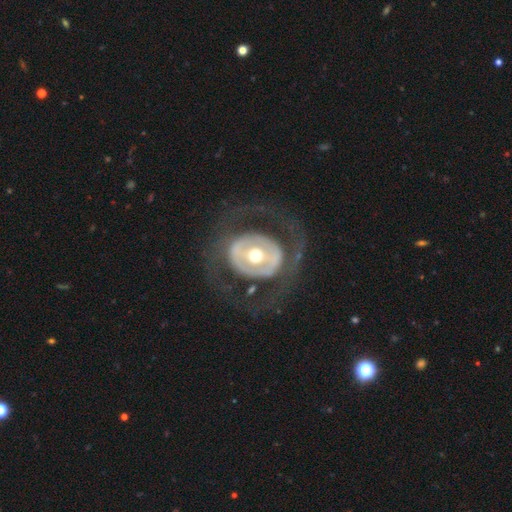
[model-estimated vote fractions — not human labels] Q: Smooth or featured?
A: featured or disk (71%); runner-up: smooth (24%)
Q: Edge-on disk?
A: no (95%); runner-up: yes (5%)
Q: Bar?
A: no (56%); runner-up: weak (24%)
Q: Spiral arms?
A: no (69%); runner-up: yes (31%)
Q: Bulge size?
A: moderate (72%); runner-up: large (16%)
Q: Merging?
A: none (68%); runner-up: major disturbance (19%)